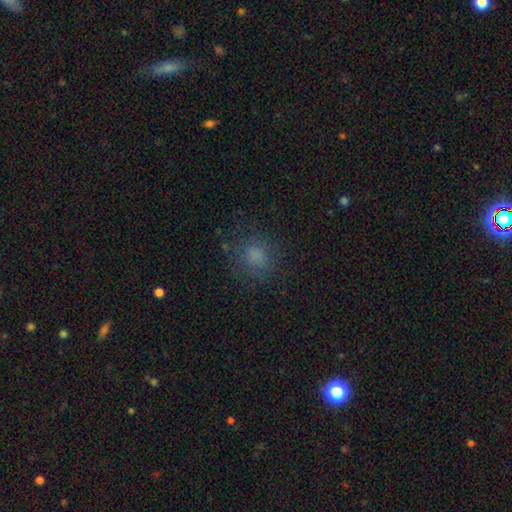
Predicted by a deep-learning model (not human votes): Smooth or featured?
  - smooth: 78% *
  - star or artifact: 15%
  - featured or disk: 7%
How rounded?
  - round: 80% *
  - in between: 19%
  - cigar-shaped: 1%
Merging?
  - none: 78% *
  - minor disturbance: 13%
  - major disturbance: 7%
  - merger: 1%